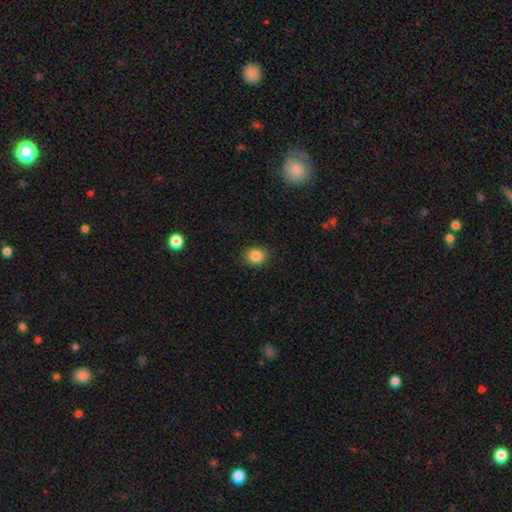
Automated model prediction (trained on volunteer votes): A smooth galaxy with no disk features (86%) that is round (67%).

Vote fractions:
- Smooth or featured? smooth: 86% / star or artifact: 10% / featured or disk: 4%
- How rounded? round: 67% / in between: 32% / cigar-shaped: 1%
- Merging? none: 89% / minor disturbance: 8% / major disturbance: 2% / merger: 1%